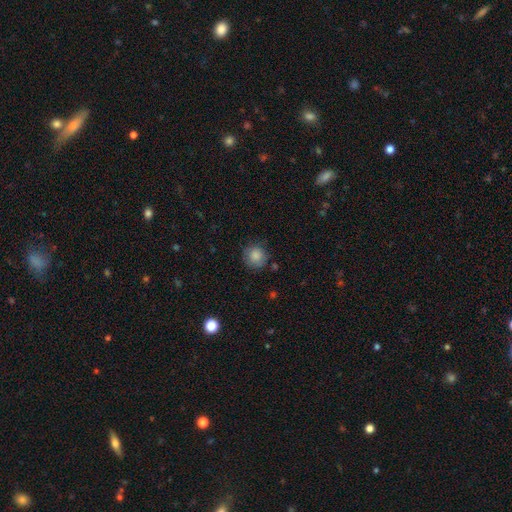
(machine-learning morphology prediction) The model was most divided on "merging": none: 80%, minor disturbance: 14%, major disturbance: 4%, merger: 2%. More confident: how rounded — round (92%); smooth or featured — smooth (86%).